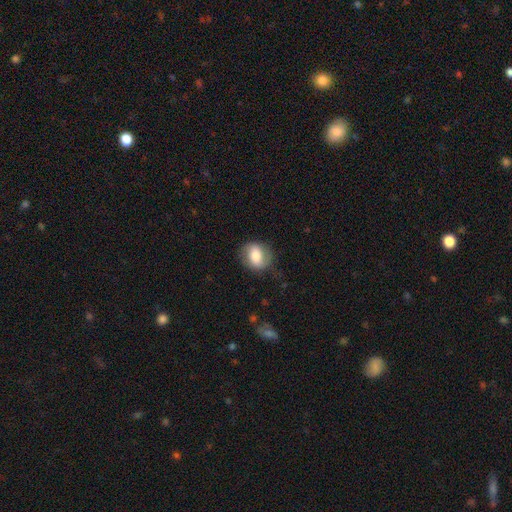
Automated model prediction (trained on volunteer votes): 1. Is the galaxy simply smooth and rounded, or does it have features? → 59% smooth, 33% featured or disk, 7% star or artifact.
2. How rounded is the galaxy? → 51% round, 47% in between, 1% cigar-shaped.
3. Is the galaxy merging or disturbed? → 77% none, 16% minor disturbance, 6% major disturbance, 1% merger.